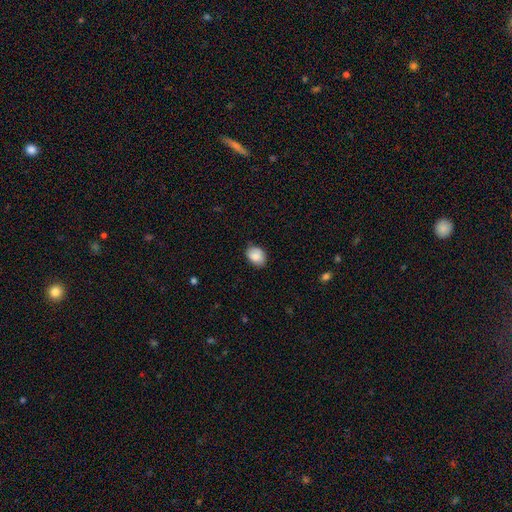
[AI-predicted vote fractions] Overall: smooth (87%). How rounded: in between (68%; round 31%). Merging: none (81%).